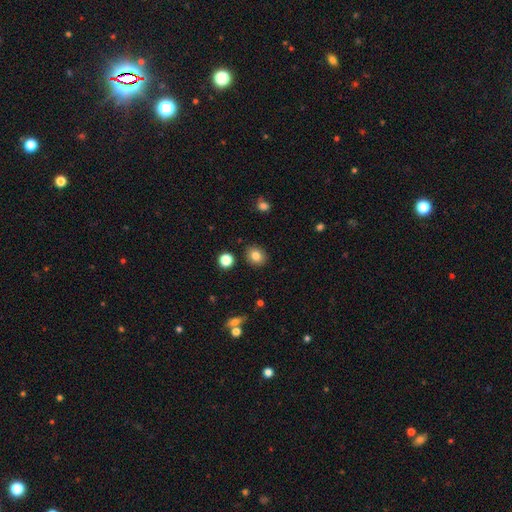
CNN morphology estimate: A smooth galaxy with no disk features (82%) that is round (63%). Merging: none (88%).